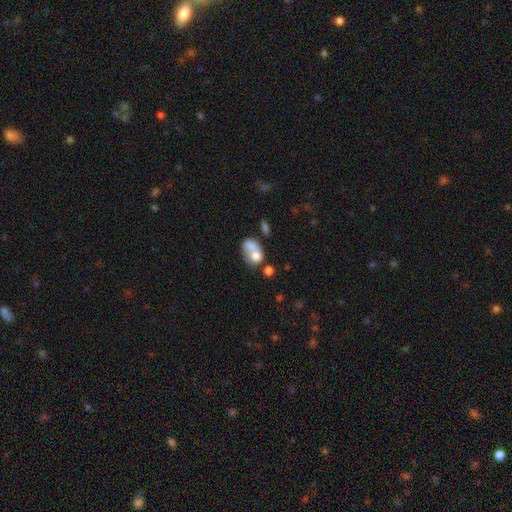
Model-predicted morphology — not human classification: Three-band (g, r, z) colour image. It shows a smooth galaxy with no disk features (66%) that is in between round and cigar-shaped (60%). Merging: merger (60%).